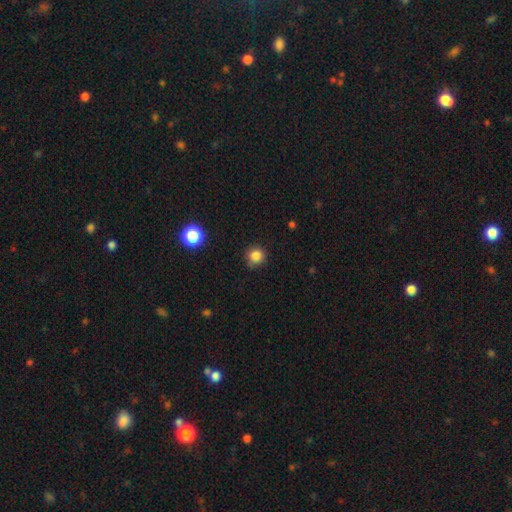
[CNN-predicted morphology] The model was most divided on "merging": none: 83%, minor disturbance: 12%, major disturbance: 3%, merger: 2%. More confident: how rounded — round (92%); smooth or featured — smooth (83%).